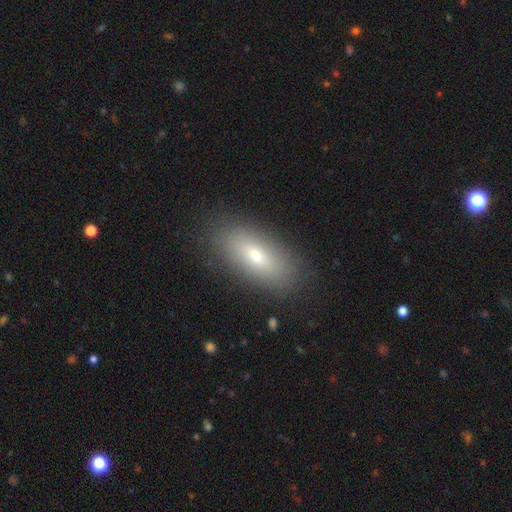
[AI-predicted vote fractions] A smooth galaxy with no disk features (70%) that is in between round and cigar-shaped (80%). Merging: none (86%).